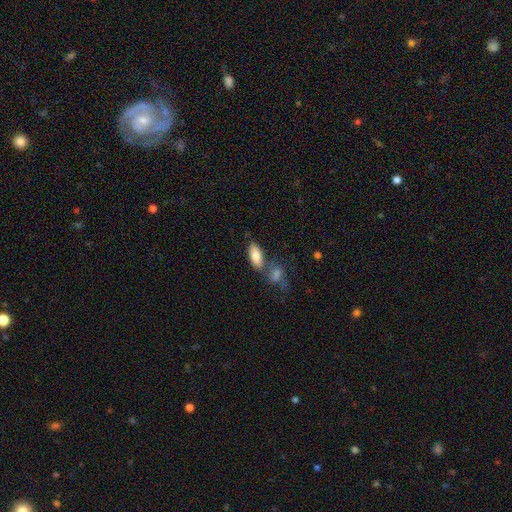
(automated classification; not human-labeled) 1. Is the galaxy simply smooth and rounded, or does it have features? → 82% smooth, 11% featured or disk, 7% star or artifact.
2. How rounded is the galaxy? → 88% in between, 9% cigar-shaped, 3% round.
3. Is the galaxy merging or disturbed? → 55% none, 26% merger, 14% minor disturbance, 5% major disturbance.